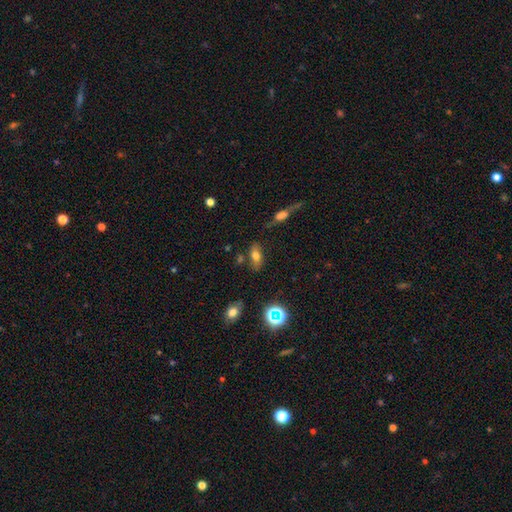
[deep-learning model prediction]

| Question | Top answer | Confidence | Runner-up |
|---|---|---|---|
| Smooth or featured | smooth | 71% | featured or disk (16%) |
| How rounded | in between | 85% | round (7%) |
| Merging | none | 74% | minor disturbance (15%) |